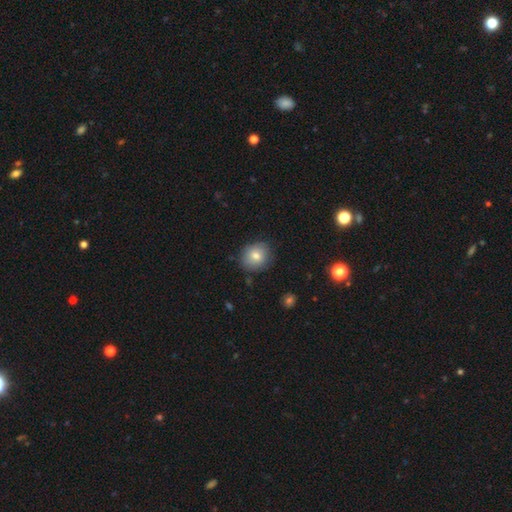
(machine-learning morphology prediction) Overall: smooth (78%). How rounded: round (77%). Merging: none (82%).